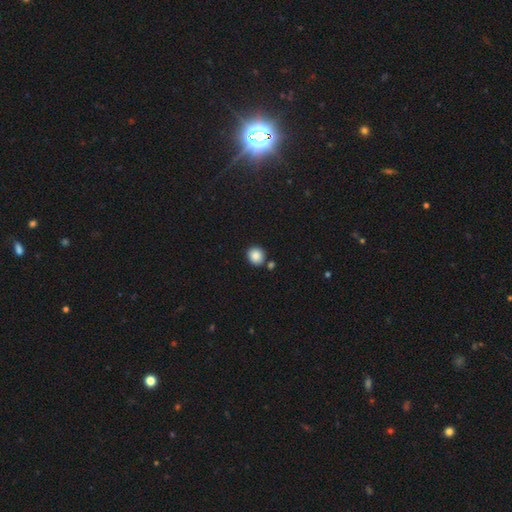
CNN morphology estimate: A smooth galaxy with no disk features (87%) that is round (84%). Merging: none (81%).